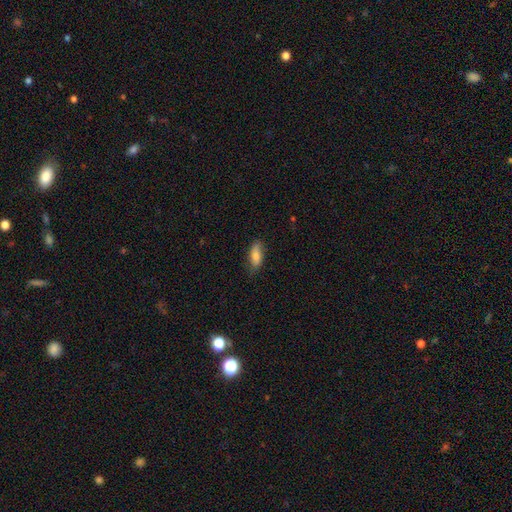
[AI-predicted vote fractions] smooth-or-featured: smooth: 78% | featured or disk: 15% | star or artifact: 7%
  how-rounded: in between: 77% | cigar-shaped: 20% | round: 3%
  merging: none: 75% | minor disturbance: 20% | major disturbance: 4% | merger: 1%